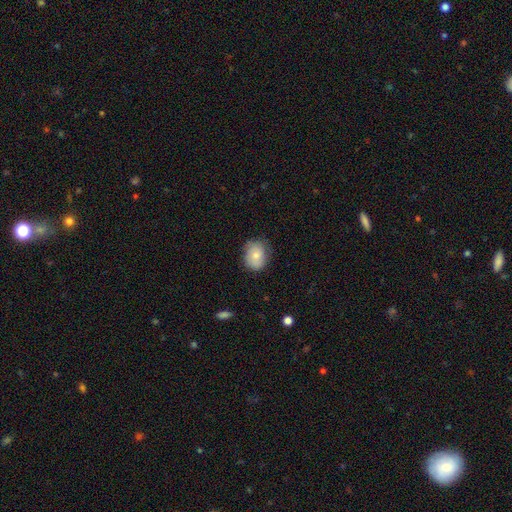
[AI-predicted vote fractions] Q: Smooth or featured?
A: smooth (73%); runner-up: featured or disk (20%)
Q: How rounded?
A: in between (51%); runner-up: round (48%)
Q: Merging?
A: none (72%); runner-up: minor disturbance (22%)